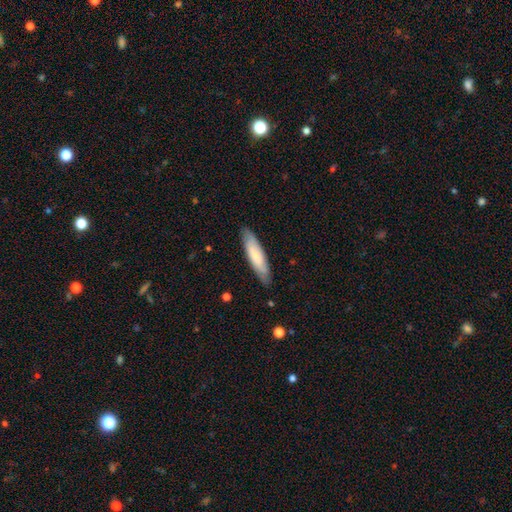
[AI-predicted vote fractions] The model was most divided on "how rounded": cigar-shaped: 72%, in between: 27%, round: 1%. More confident: merging — none (84%); smooth or featured — smooth (70%).